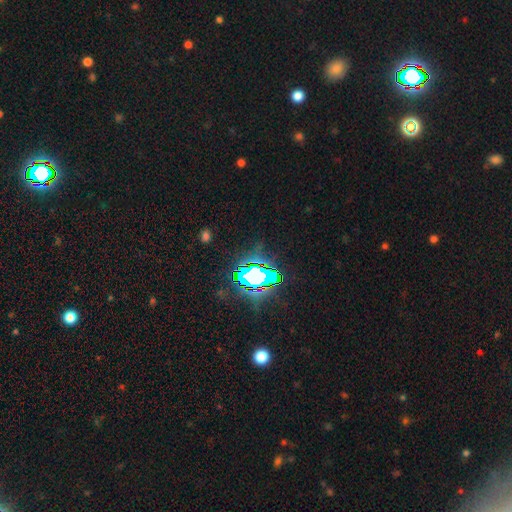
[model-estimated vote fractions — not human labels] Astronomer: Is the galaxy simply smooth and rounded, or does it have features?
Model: star or artifact — 81%.